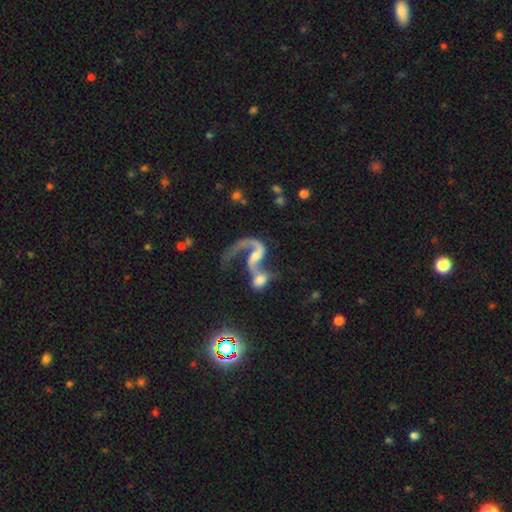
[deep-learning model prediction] Smooth or featured: featured or disk — 81% (smooth — 11%)
Edge-on disk: no — 96% (yes — 4%)
Bar: no — 41% (weak — 39%)
Spiral arms: yes — 90% (no — 10%)
Spiral winding: loose — 81% (medium — 16%)
Spiral arm count: 2 — 61% (1 — 34%)
Bulge size: moderate — 39% (small — 35%)
Merging: merger — 65% (none — 15%)